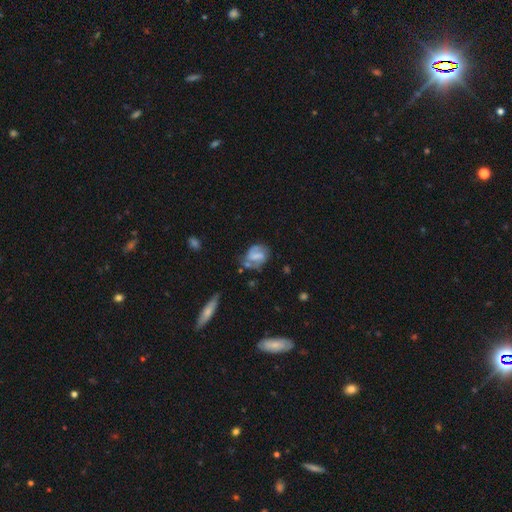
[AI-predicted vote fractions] smooth_or_featured: featured or disk (p=0.62) [alt: smooth p=0.30]
disk_edge_on: no (p=0.97) [alt: yes p=0.03]
bar: weak (p=0.43) [alt: strong p=0.35]
has_spiral_arms: yes (p=0.83) [alt: no p=0.17]
spiral_winding: medium (p=0.45) [alt: tight p=0.28]
spiral_arm_count: 2 (p=0.78) [alt: can't tell p=0.11]
bulge_size: none (p=0.43) [alt: small p=0.28]
merging: none (p=0.56) [alt: minor disturbance p=0.25]